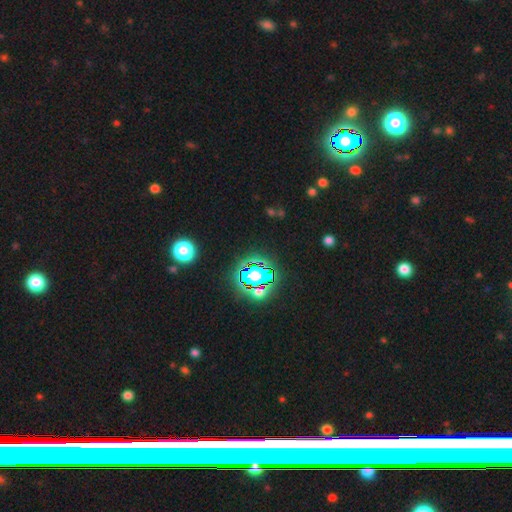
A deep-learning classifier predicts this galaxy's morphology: star or artifact 76%, smooth 13%, featured or disk 11%.